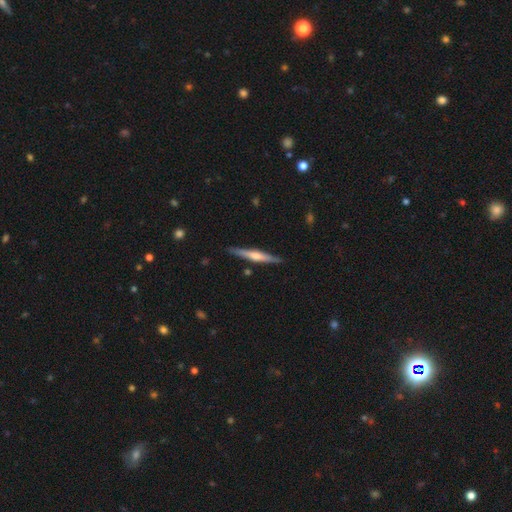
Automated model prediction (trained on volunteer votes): Overall: featured or disk (63%; smooth 32%). Edge-on disk: yes (97%). Edge-on bulge: rounded (79%). Merging: none (89%).